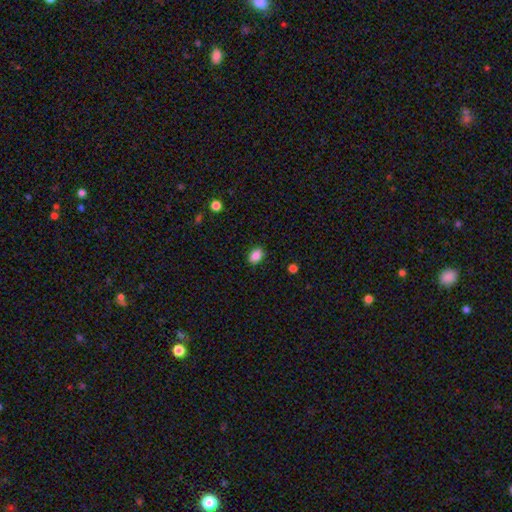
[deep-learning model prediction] This appears to be a smooth galaxy with no disk features (87%) that is in between round and cigar-shaped (81%). Merging: none (88%).